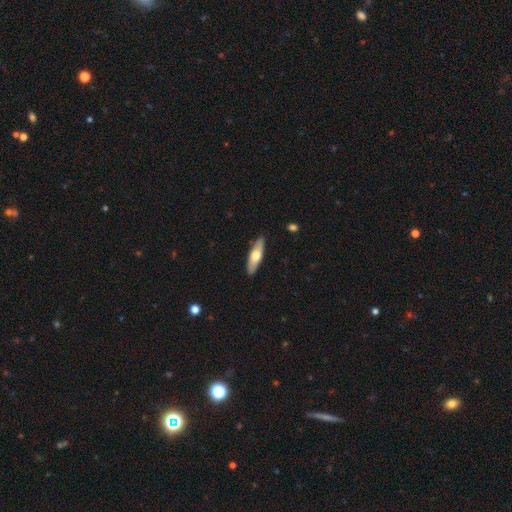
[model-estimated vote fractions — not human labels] smooth-or-featured: smooth: 56% | featured or disk: 38% | star or artifact: 5%
  how-rounded: cigar-shaped: 62% | in between: 36% | round: 2%
  merging: none: 88% | minor disturbance: 9% | major disturbance: 2% | merger: 1%